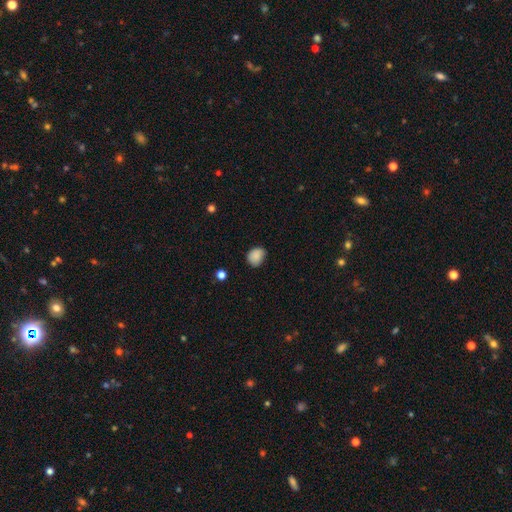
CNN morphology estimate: Overall: smooth (87%). How rounded: round (52%; in between 47%). Merging: none (70%).